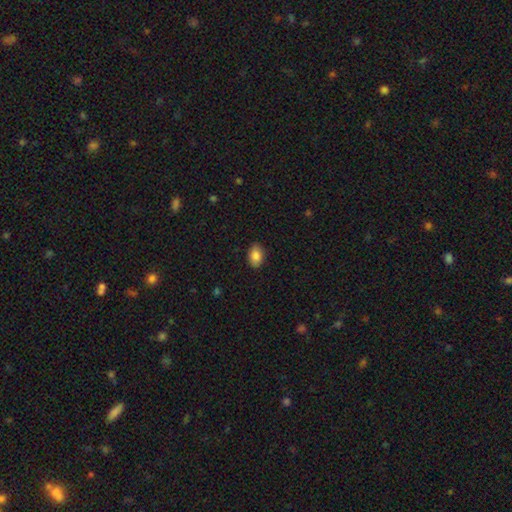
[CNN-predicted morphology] Overall: smooth (87%). How rounded: in between (88%). Merging: none (88%).